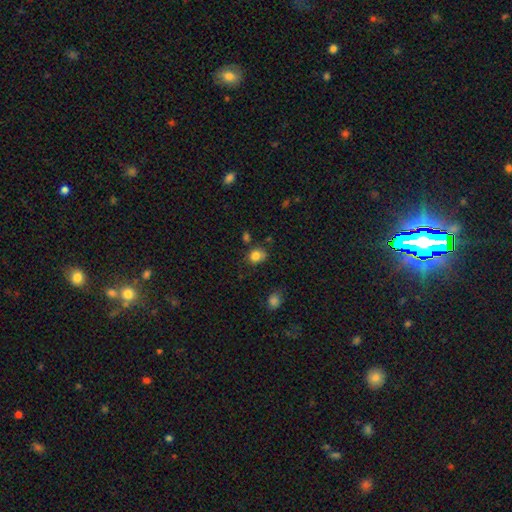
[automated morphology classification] smooth_or_featured: smooth (p=0.83) [alt: star or artifact p=0.11]
how_rounded: round (p=0.59) [alt: in between p=0.40]
merging: none (p=0.68) [alt: minor disturbance p=0.21]